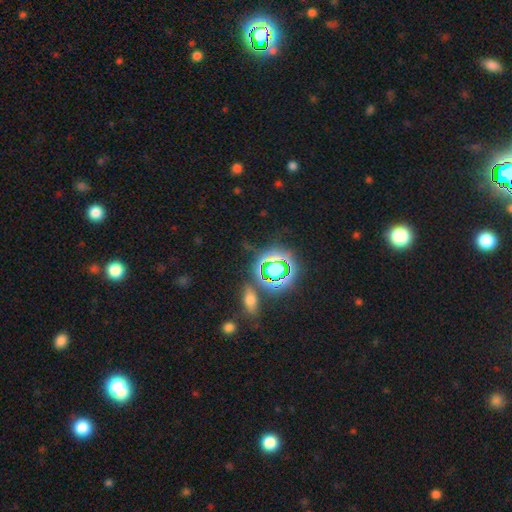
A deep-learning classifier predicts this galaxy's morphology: type=star or artifact (71%).